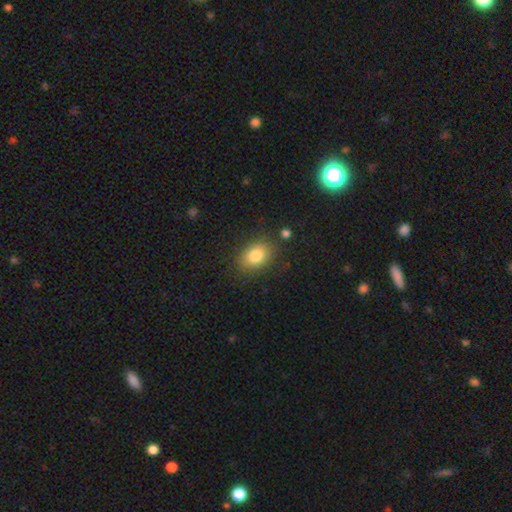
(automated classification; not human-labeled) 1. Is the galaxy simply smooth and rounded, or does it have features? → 82% smooth, 9% featured or disk, 9% star or artifact.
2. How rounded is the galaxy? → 73% in between, 26% round, 1% cigar-shaped.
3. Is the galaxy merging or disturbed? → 81% none, 12% minor disturbance, 4% major disturbance, 3% merger.